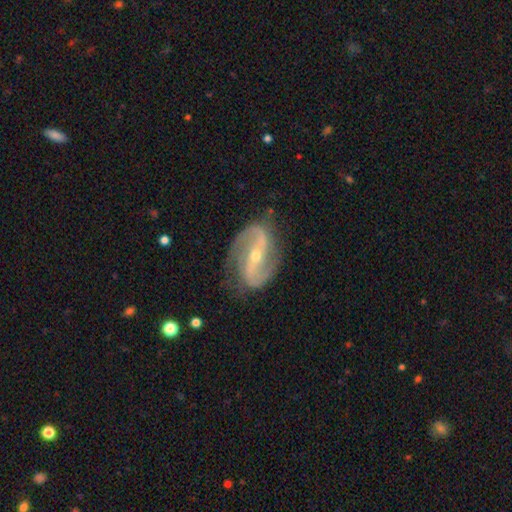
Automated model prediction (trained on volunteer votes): smooth_or_featured: featured or disk (p=0.90) [alt: star or artifact p=0.06]
disk_edge_on: no (p=0.96) [alt: yes p=0.04]
bar: strong (p=0.51) [alt: weak p=0.28]
has_spiral_arms: yes (p=0.97) [alt: no p=0.03]
spiral_winding: medium (p=0.42) [alt: loose p=0.40]
spiral_arm_count: 2 (p=0.93) [alt: can't tell p=0.02]
bulge_size: small (p=0.64) [alt: moderate p=0.33]
merging: none (p=0.81) [alt: minor disturbance p=0.13]